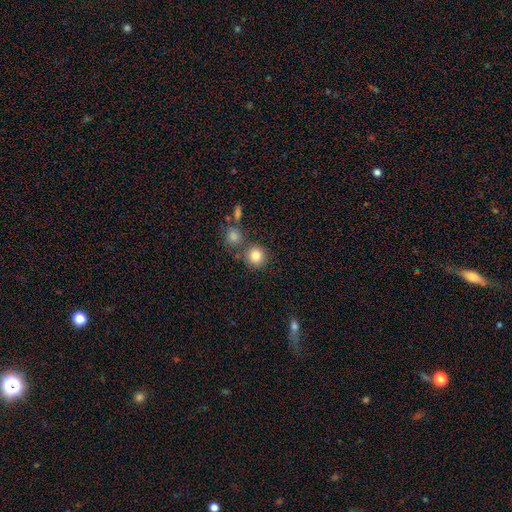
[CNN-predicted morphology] The model was most divided on "merging": none: 73%, merger: 14%, minor disturbance: 10%, major disturbance: 4%. More confident: how rounded — round (90%); smooth or featured — smooth (82%).